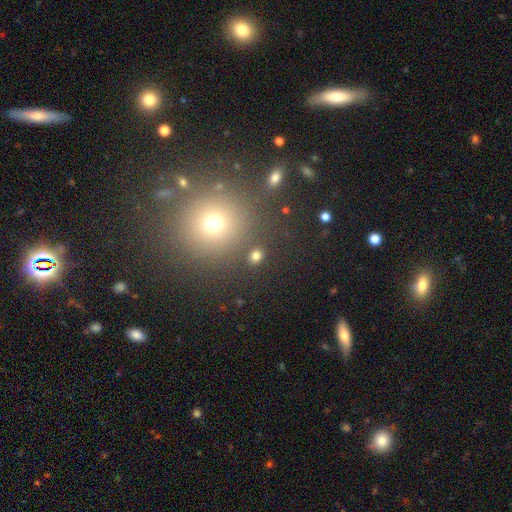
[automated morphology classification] A smooth galaxy with no disk features (76%) that is round (66%).

Vote fractions:
- Smooth or featured? smooth: 76% / star or artifact: 18% / featured or disk: 6%
- How rounded? round: 66% / in between: 32% / cigar-shaped: 1%
- Merging? none: 85% / minor disturbance: 7% / merger: 5% / major disturbance: 3%